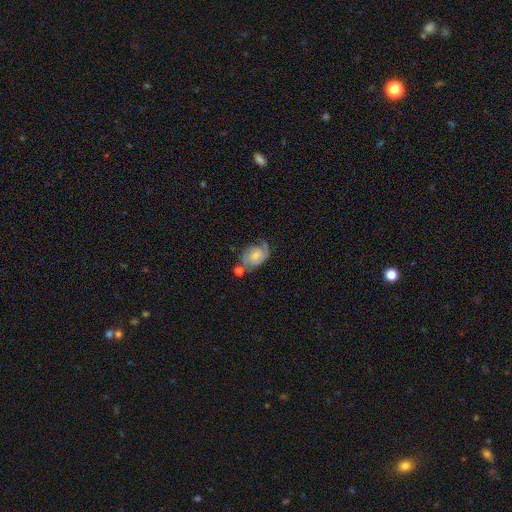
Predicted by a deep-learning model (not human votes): smooth-or-featured: featured or disk: 57% | smooth: 35% | star or artifact: 8%
  disk-edge-on: no: 97% | yes: 3%
    bar: no: 72% | weak: 25% | strong: 4%
    has-spiral-arms: yes: 86% | no: 14%
    bulge-size: small: 48% | moderate: 35% | none: 10% | large: 5% | dominant: 2%
  merging: none: 44% | minor disturbance: 25% | merger: 18% | major disturbance: 13%